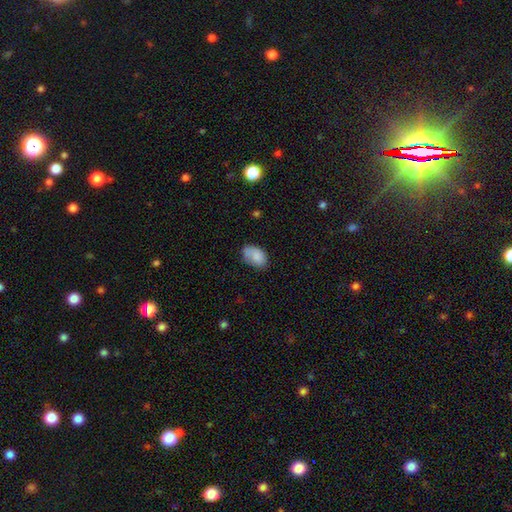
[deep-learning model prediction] This appears to be a smooth galaxy with no disk features (82%) that is in between round and cigar-shaped (88%). Merging: none (56%).